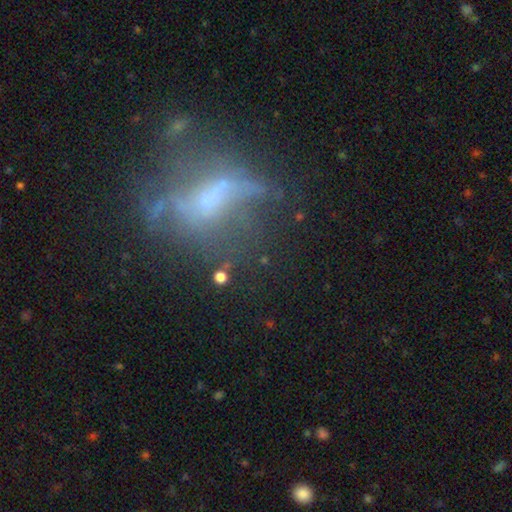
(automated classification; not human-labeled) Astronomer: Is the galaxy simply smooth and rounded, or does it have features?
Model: featured or disk — 62%.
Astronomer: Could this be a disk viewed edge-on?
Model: no — 70%.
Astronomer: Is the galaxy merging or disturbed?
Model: none — 49% (runner-up: major disturbance, 25%).